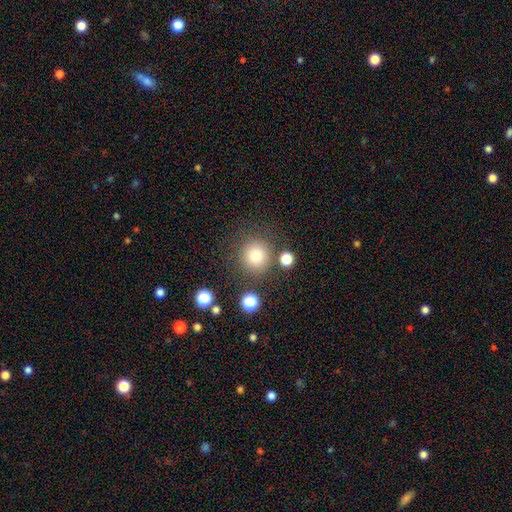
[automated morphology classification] Smooth or featured?
  - smooth: 79% *
  - star or artifact: 13%
  - featured or disk: 8%
How rounded?
  - round: 93% *
  - in between: 6%
  - cigar-shaped: 1%
Merging?
  - none: 82% *
  - minor disturbance: 9%
  - merger: 5%
  - major disturbance: 4%